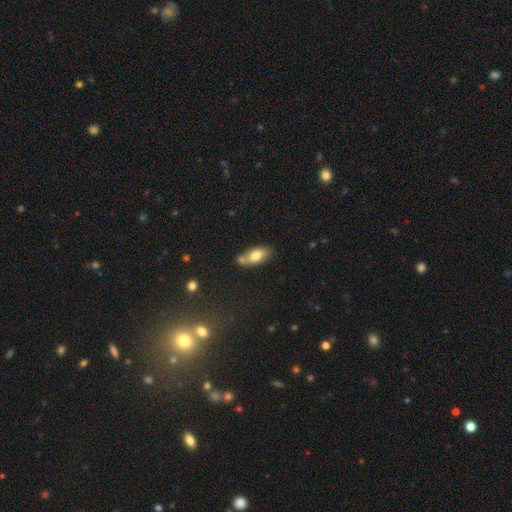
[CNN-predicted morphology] This appears to be a smooth galaxy with no disk features (72%) that is in between round and cigar-shaped (84%). Merging: none (57%).